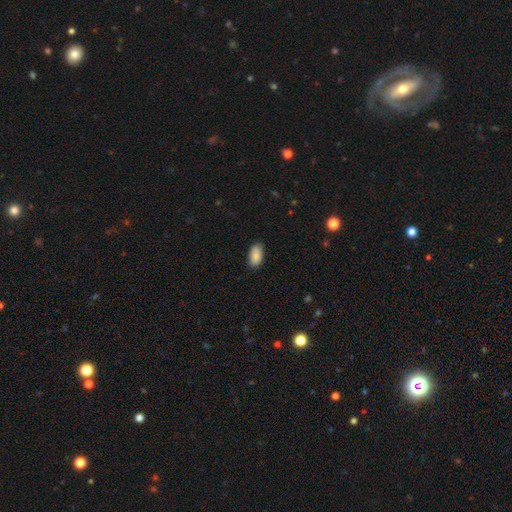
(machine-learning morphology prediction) type=smooth (87%); roundness=in between (94%); merging=none (85%).